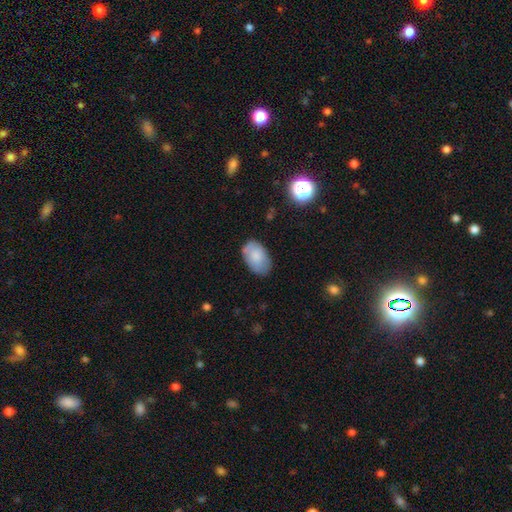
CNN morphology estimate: Smooth or featured? smooth (79%)
How rounded? in between (91%)
Merging? none (71%)